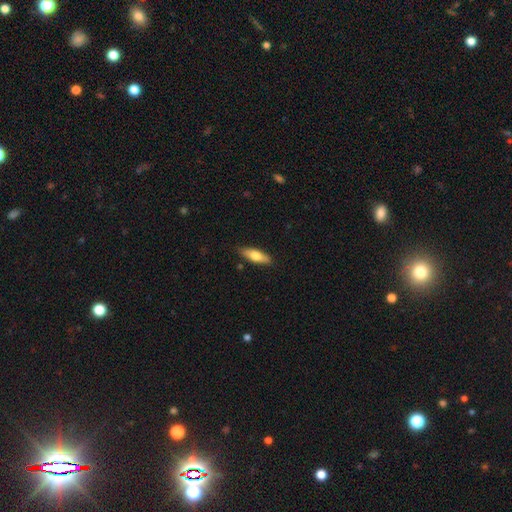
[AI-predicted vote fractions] The model was most divided on "how rounded": in between: 53%, cigar-shaped: 45%, round: 2%. More confident: merging — none (87%); smooth or featured — smooth (67%).